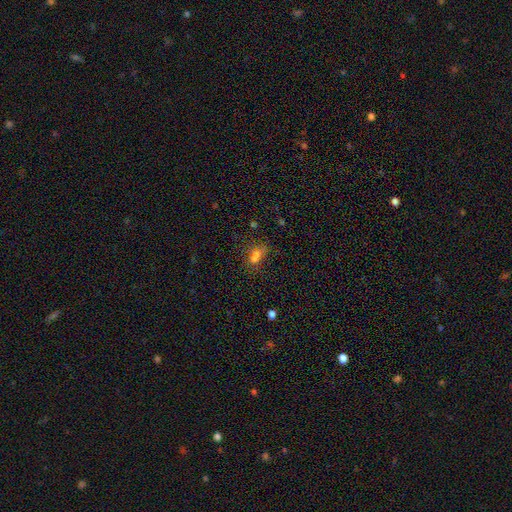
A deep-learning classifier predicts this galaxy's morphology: A smooth galaxy with no disk features (60%) that is in between round and cigar-shaped (62%). Merging: none (44%).